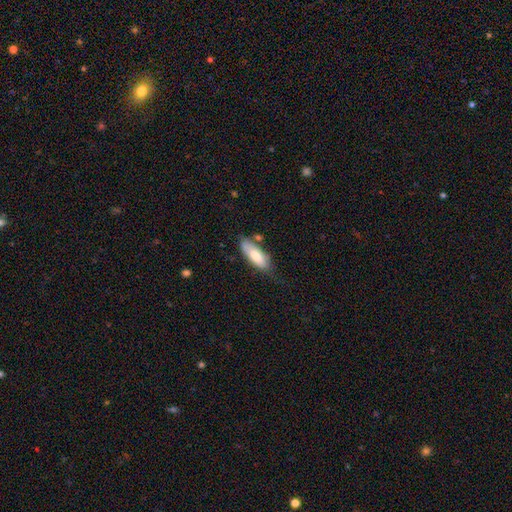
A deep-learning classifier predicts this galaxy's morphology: This is likely a smooth galaxy (72%). How rounded: likely in between (73%). Merging: likely none (62%).